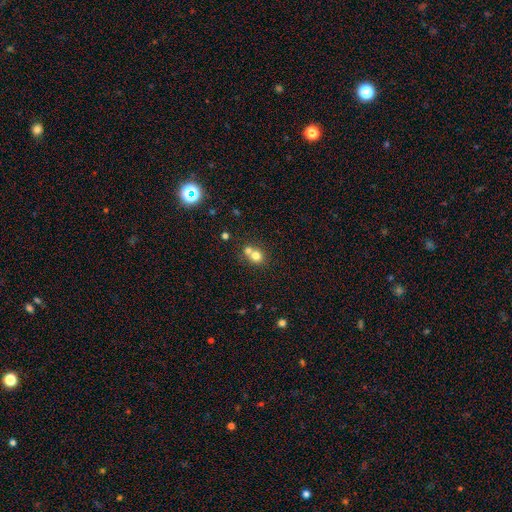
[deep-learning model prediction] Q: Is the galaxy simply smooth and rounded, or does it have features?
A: smooth — 75%.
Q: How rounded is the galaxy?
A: round — 79%.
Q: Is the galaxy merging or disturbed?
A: merger — 48%.